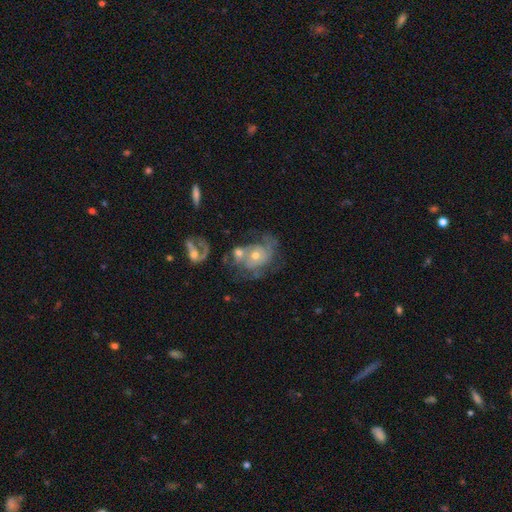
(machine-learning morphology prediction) This is likely a featured or disk galaxy (75%). It is clearly not viewed edge-on (97%). Bar: likely no (77%). Spiral arm pattern: clearly yes (81%). Spiral arm count: marginally can't tell (35%). Spiral winding: marginally tight (41%). Central bulge: possibly moderate (54%). Merging: marginally merger (34%).